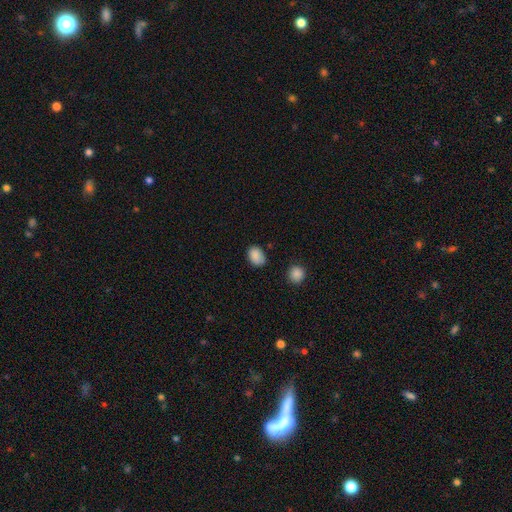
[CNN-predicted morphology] A smooth galaxy with no disk features (88%) that is in between round and cigar-shaped (76%).

Vote fractions:
- Smooth or featured? smooth: 88% / star or artifact: 9% / featured or disk: 4%
- How rounded? in between: 76% / round: 23% / cigar-shaped: 1%
- Merging? none: 77% / minor disturbance: 17% / major disturbance: 3% / merger: 3%